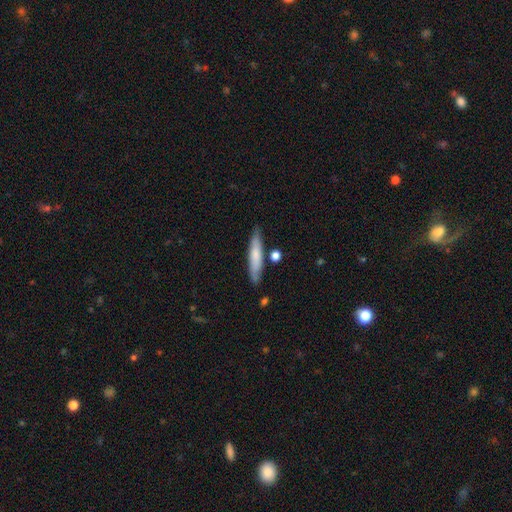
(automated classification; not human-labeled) smooth-or-featured: smooth: 67% | featured or disk: 28% | star or artifact: 6%
  how-rounded: cigar-shaped: 86% | in between: 13% | round: 1%
  merging: none: 79% | minor disturbance: 13% | merger: 5% | major disturbance: 3%